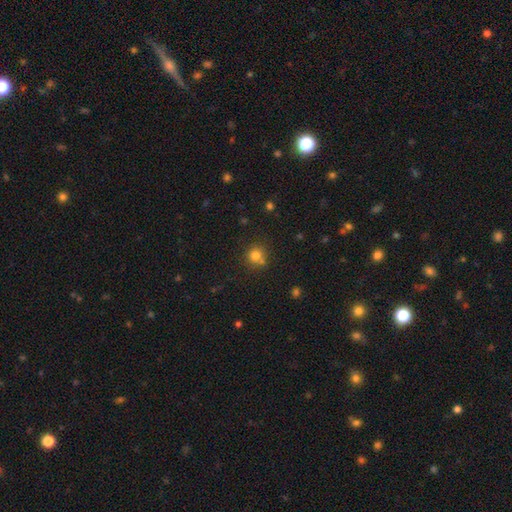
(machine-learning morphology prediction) The model was most divided on "merging": none: 67%, merger: 19%, minor disturbance: 11%, major disturbance: 4%. More confident: how rounded — round (90%); smooth or featured — smooth (78%).